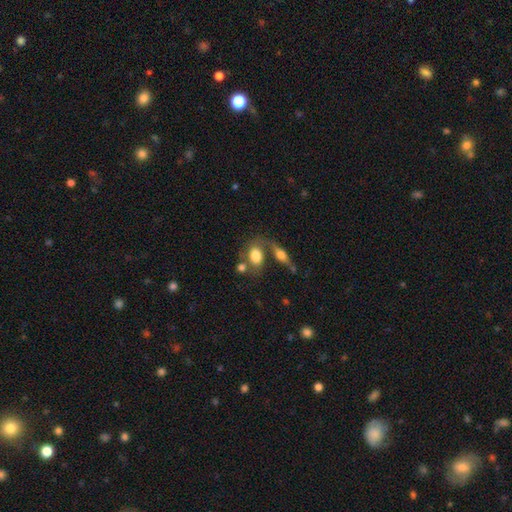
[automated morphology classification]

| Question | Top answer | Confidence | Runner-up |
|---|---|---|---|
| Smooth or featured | smooth | 69% | featured or disk (23%) |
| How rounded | in between | 72% | round (24%) |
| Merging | none | 41% | merger (35%) |